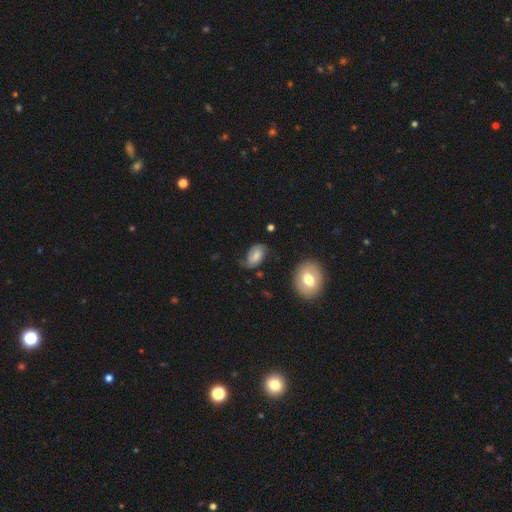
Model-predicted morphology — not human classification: type=smooth (51%); roundness=in between (89%); merging=none (58%).